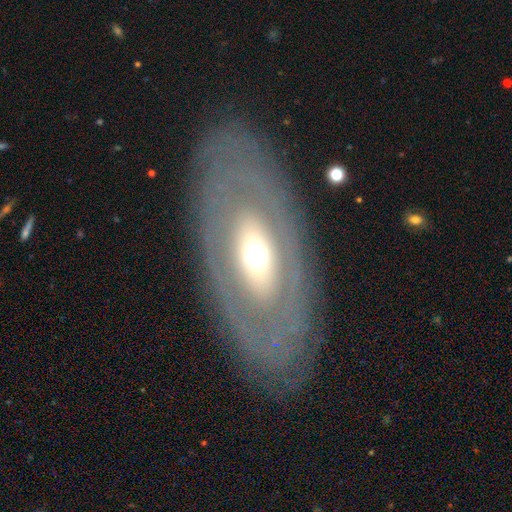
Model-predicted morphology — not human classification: type=featured or disk (63%); edge-on=no (85%); bar=no (67%); spiral arms=no (75%); bulge=moderate (56%); merging=none (74%).